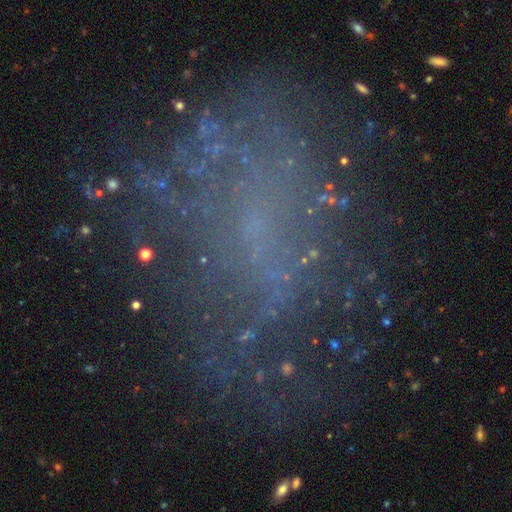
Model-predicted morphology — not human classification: Overall: featured or disk (44%; star or artifact 29%). Merging: none (53%; major disturbance 25%).